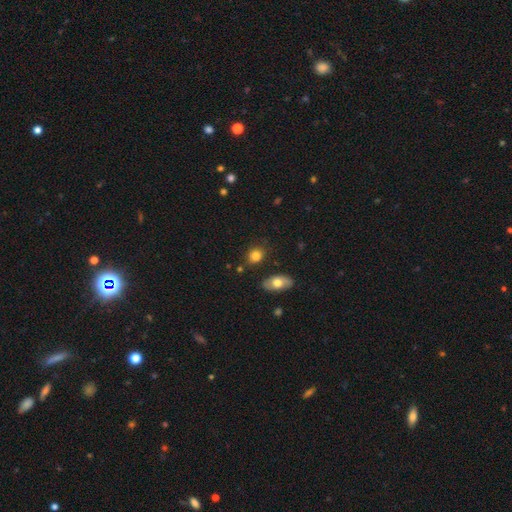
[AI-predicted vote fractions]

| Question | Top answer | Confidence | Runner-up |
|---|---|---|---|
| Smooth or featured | smooth | 82% | star or artifact (9%) |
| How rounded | in between | 52% | round (46%) |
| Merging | none | 78% | minor disturbance (14%) |